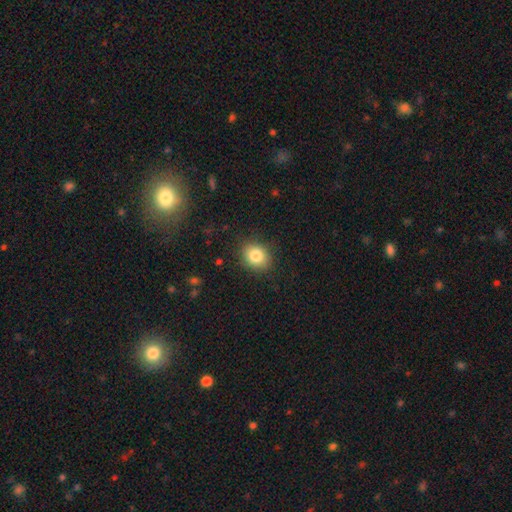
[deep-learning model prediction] This is clearly a smooth galaxy (83%). How rounded: possibly round (56%). Merging: clearly none (87%).